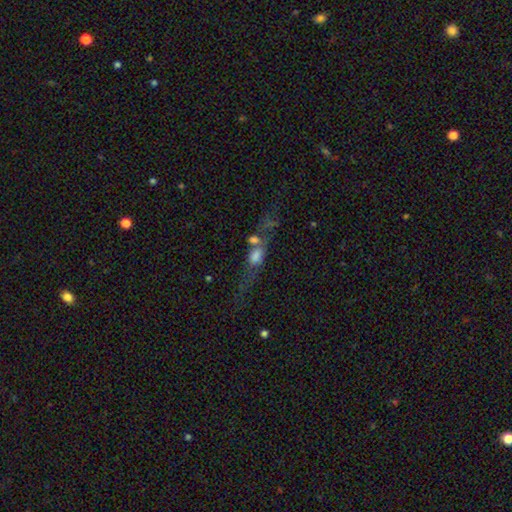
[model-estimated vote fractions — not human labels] Smooth or featured? Predicted: featured or disk (p=0.47). Merging? Predicted: none (p=0.40).